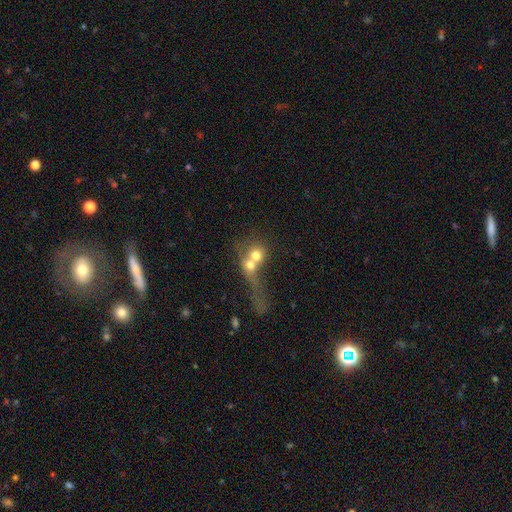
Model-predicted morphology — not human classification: Overall: smooth (62%; featured or disk 26%). How rounded: round (71%). Merging: merger (74%).